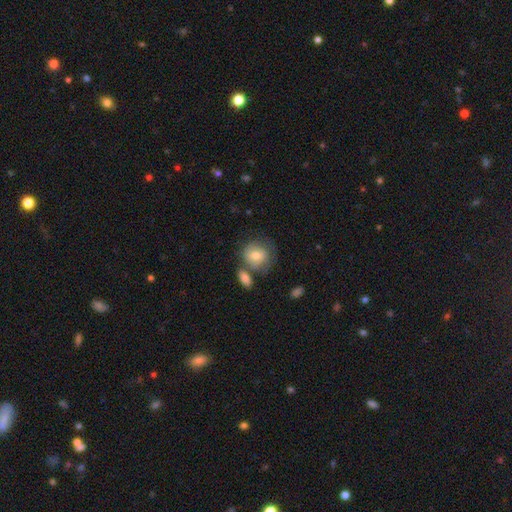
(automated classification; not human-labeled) Smooth or featured? smooth (63%)
How rounded? round (76%)
Merging? none (49%)